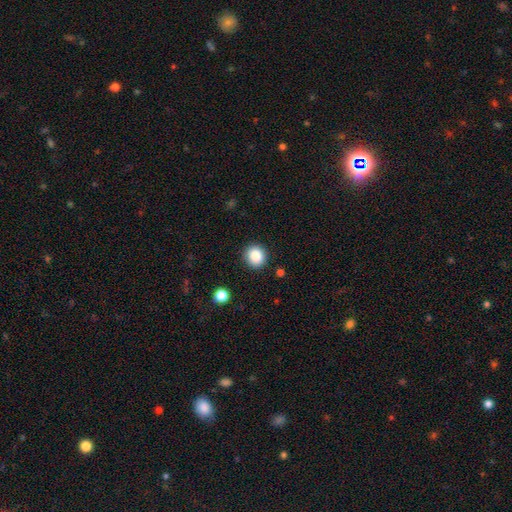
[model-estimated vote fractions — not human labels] This is clearly a smooth galaxy (86%). How rounded: clearly round (88%). Merging: clearly none (89%).